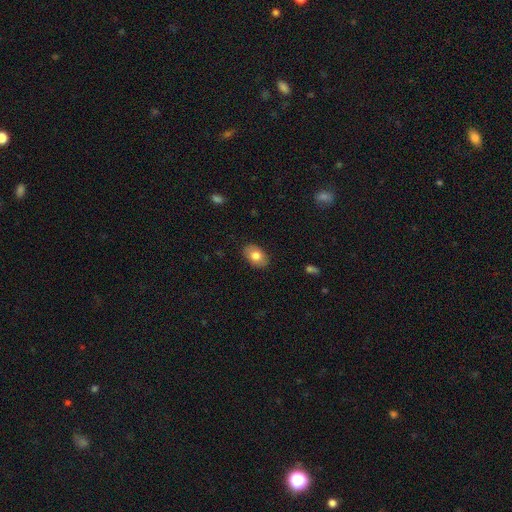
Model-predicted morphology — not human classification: smooth 80%, featured or disk 13%, star or artifact 7%. Down the decision tree: how rounded — in between (88%); merging — none (87%).